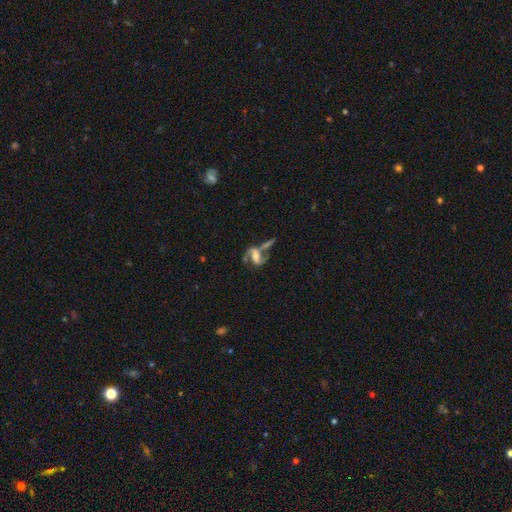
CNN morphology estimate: This appears to be a featured or disk galaxy (79%) with a weak bar (41%), 2 (85%) loose (47%) spiral arms (91%) and a moderate central bulge (44%). Merging: none (37%).